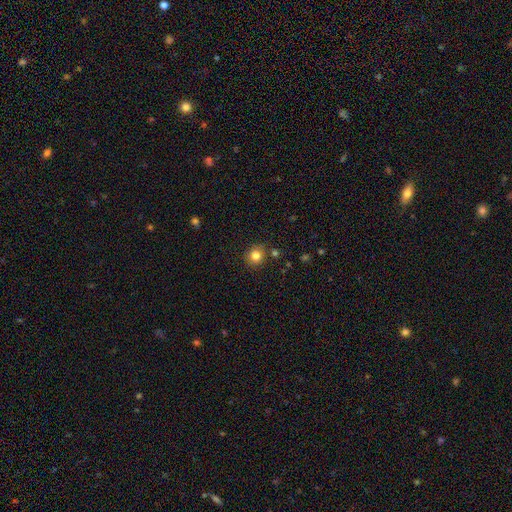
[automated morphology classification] The model was most divided on "smooth or featured": smooth: 82%, star or artifact: 12%, featured or disk: 6%. More confident: how rounded — round (89%); merging — none (85%).